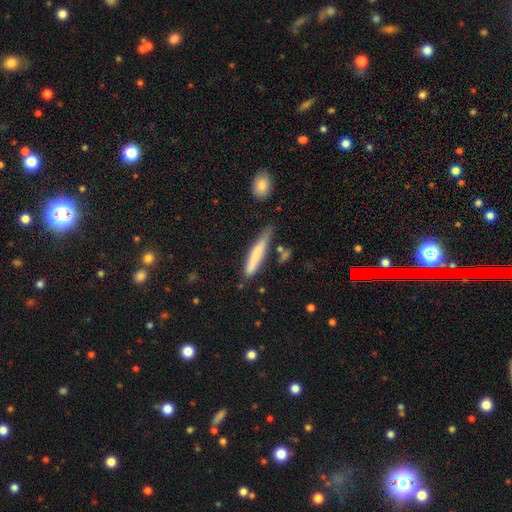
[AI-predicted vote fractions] Smooth or featured?
  - smooth: 73% *
  - featured or disk: 21%
  - star or artifact: 6%
How rounded?
  - cigar-shaped: 91% *
  - in between: 8%
  - round: 1%
Merging?
  - none: 63% *
  - minor disturbance: 25%
  - major disturbance: 6%
  - merger: 5%